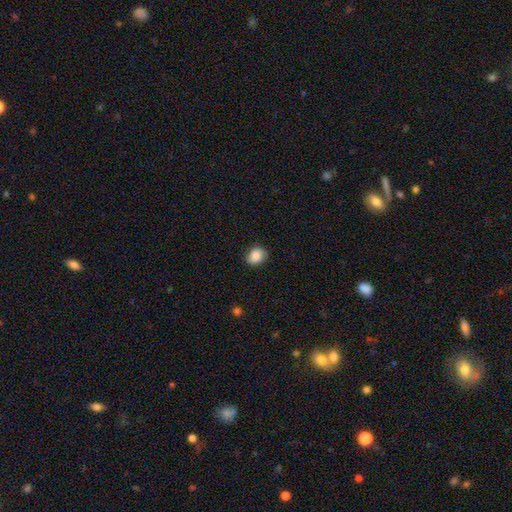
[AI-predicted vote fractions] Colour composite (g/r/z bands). It shows a smooth galaxy with no disk features (87%) that is round (51%). Merging: none (82%).